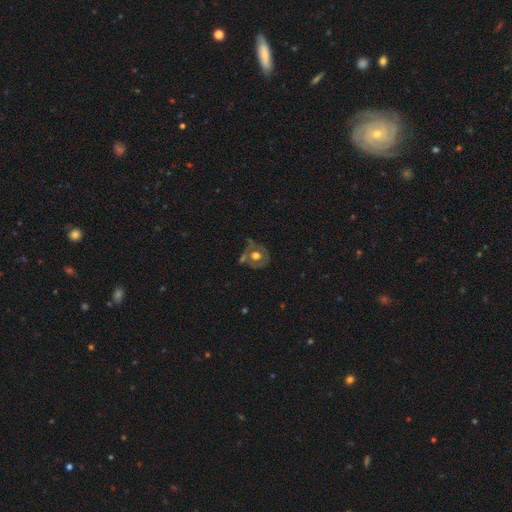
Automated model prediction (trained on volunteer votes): Smooth or featured? Predicted: featured or disk (p=0.51). Edge-on disk? Predicted: no (p=0.95). Merging? Predicted: none (p=0.52).